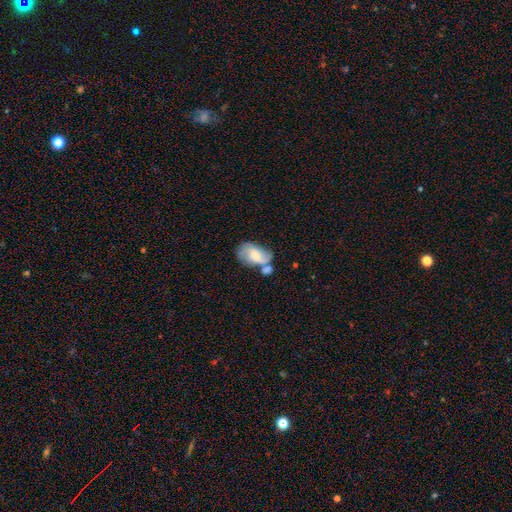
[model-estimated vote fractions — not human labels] A smooth galaxy with no disk features (50%) that is in between round and cigar-shaped (89%).

Vote fractions:
- Smooth or featured? smooth: 50% / featured or disk: 42% / star or artifact: 8%
- How rounded? in between: 89% / round: 9% / cigar-shaped: 2%
- Merging? merger: 36% / none: 28% / minor disturbance: 21% / major disturbance: 15%